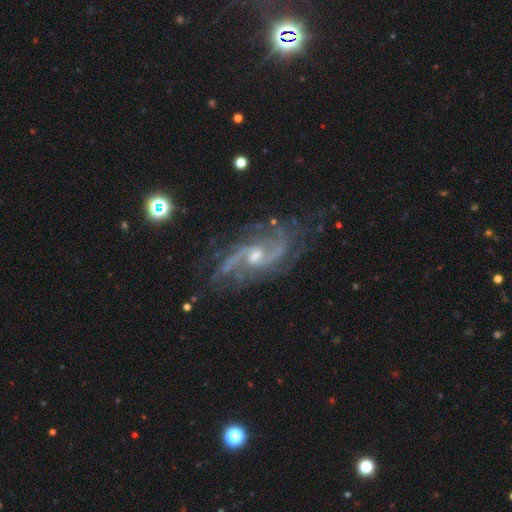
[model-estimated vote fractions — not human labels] smooth-or-featured: featured or disk: 91% | star or artifact: 6% | smooth: 3%
  disk-edge-on: no: 96% | yes: 4%
    bar: weak: 52% | no: 36% | strong: 12%
    has-spiral-arms: yes: 98% | no: 2%
      spiral-winding: medium: 50% | loose: 32% | tight: 19%
      spiral-arm-count: 2: 69% | can't tell: 10% | 3: 9% | 4: 4% | 1: 4% | more than 4: 4%
    bulge-size: small: 50% | moderate: 44% | none: 4% | large: 2% | dominant: 1%
  merging: none: 69% | minor disturbance: 18% | major disturbance: 10% | merger: 2%